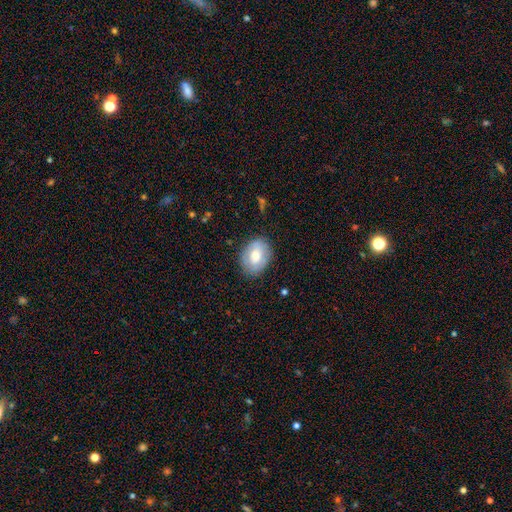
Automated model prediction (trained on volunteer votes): smooth 63%, featured or disk 30%, star or artifact 7%. Down the decision tree: how rounded — in between (69%); merging — none (79%).